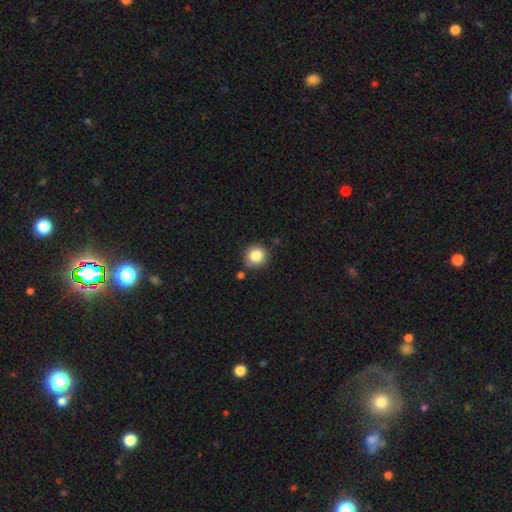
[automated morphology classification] A smooth galaxy with no disk features (84%) that is round (90%). Merging: none (79%).